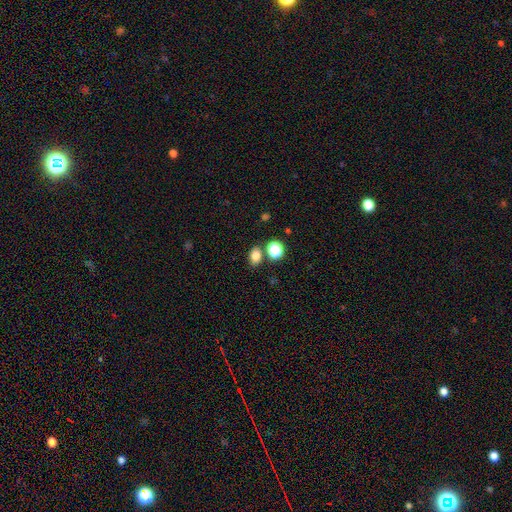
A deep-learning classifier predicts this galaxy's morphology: Smooth or featured?
  - smooth: 80% *
  - star or artifact: 14%
  - featured or disk: 6%
How rounded?
  - in between: 68% *
  - round: 30%
  - cigar-shaped: 1%
Merging?
  - none: 75% *
  - merger: 13%
  - minor disturbance: 9%
  - major disturbance: 3%